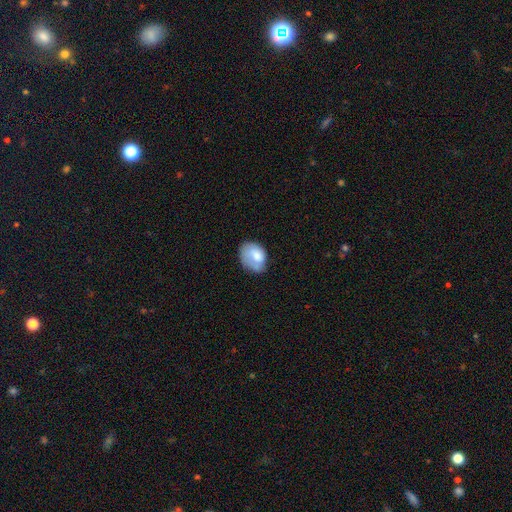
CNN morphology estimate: smooth-or-featured: smooth: 73% | featured or disk: 20% | star or artifact: 7%
  how-rounded: in between: 72% | round: 27% | cigar-shaped: 1%
  merging: none: 43% | minor disturbance: 35% | major disturbance: 18% | merger: 4%